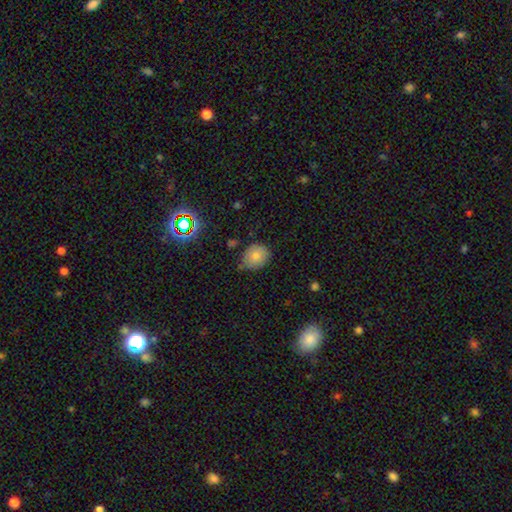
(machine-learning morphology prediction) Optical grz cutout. It shows a smooth galaxy with no disk features (73%) that is round (61%). Merging: none (68%).